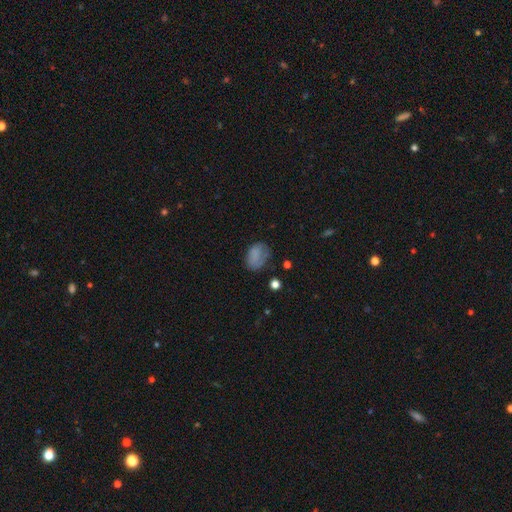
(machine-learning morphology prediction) This is likely a smooth galaxy (78%). How rounded: likely in between (74%). Merging: possibly none (54%).